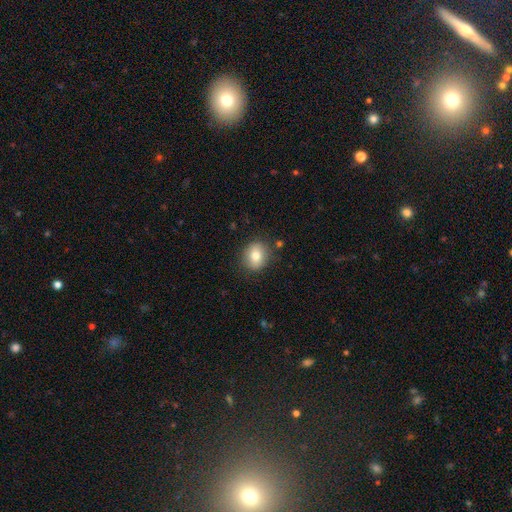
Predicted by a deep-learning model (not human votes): smooth 76%, featured or disk 14%, star or artifact 9%. Down the decision tree: how rounded — round (71%); merging — none (85%).